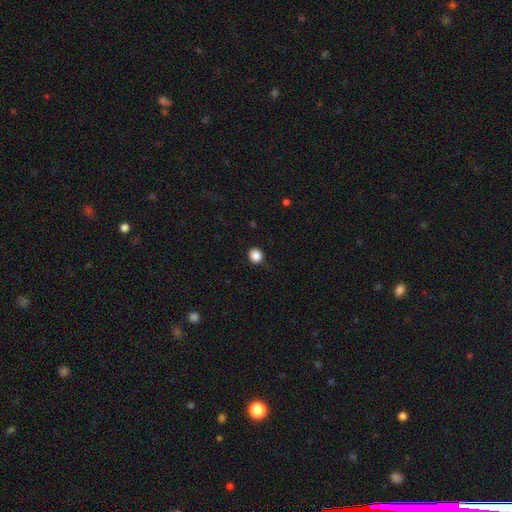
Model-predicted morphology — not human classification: Smooth or featured? Predicted: smooth (p=0.87). How rounded? Predicted: round (p=0.86). Merging? Predicted: none (p=0.91).